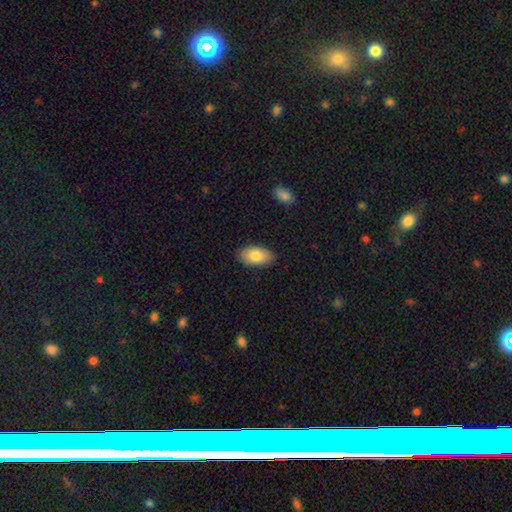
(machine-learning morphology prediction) smooth 81%, featured or disk 13%, star or artifact 6%. Down the decision tree: how rounded — in between (95%); merging — none (87%).